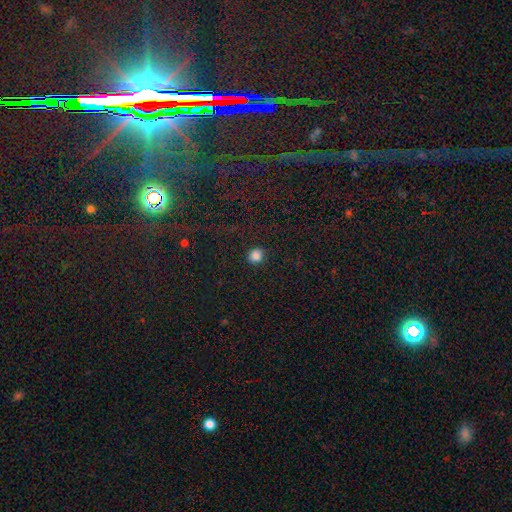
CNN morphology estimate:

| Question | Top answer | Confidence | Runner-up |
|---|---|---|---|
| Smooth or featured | smooth | 83% | star or artifact (12%) |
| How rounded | round | 84% | in between (15%) |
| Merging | none | 89% | minor disturbance (7%) |